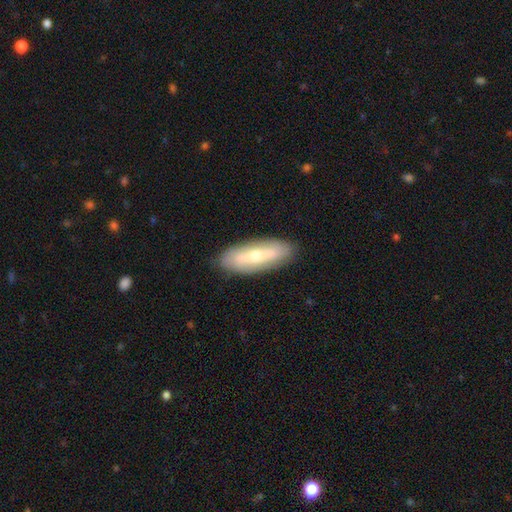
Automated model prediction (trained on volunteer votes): The model was most divided on "smooth or featured": smooth: 48%, featured or disk: 46%, star or artifact: 6%. More confident: merging — none (86%).